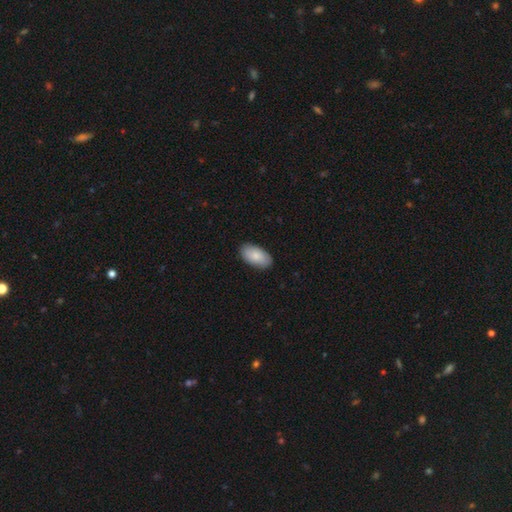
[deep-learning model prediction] smooth_or_featured: smooth (p=0.84) [alt: featured or disk p=0.10]
how_rounded: in between (p=0.96) [alt: round p=0.03]
merging: none (p=0.88) [alt: minor disturbance p=0.09]